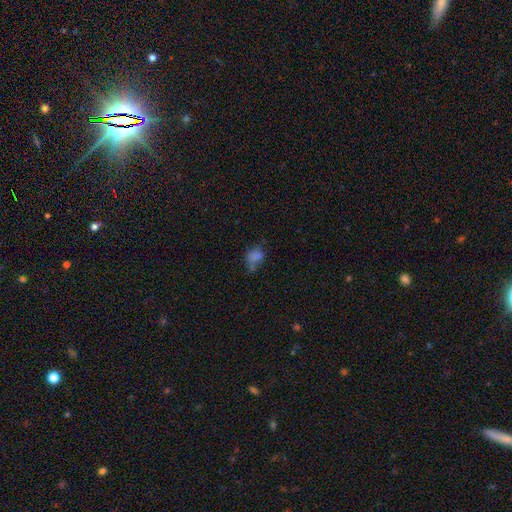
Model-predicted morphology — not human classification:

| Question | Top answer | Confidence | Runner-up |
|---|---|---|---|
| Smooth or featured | smooth | 64% | star or artifact (21%) |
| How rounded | in between | 57% | round (41%) |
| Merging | none | 41% | merger (23%) |